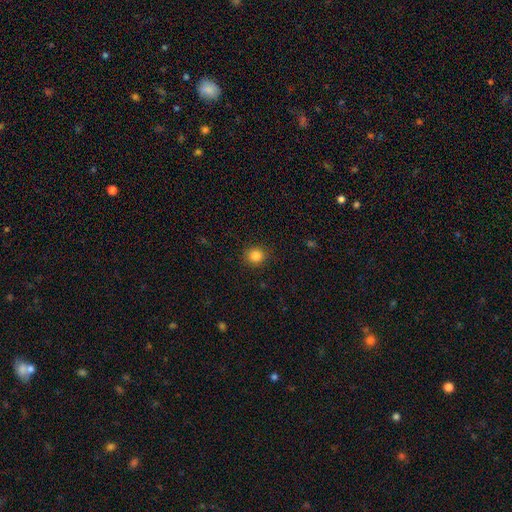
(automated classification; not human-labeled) The model was most divided on "smooth or featured": smooth: 85%, star or artifact: 11%, featured or disk: 4%. More confident: merging — none (89%); how rounded — round (87%).